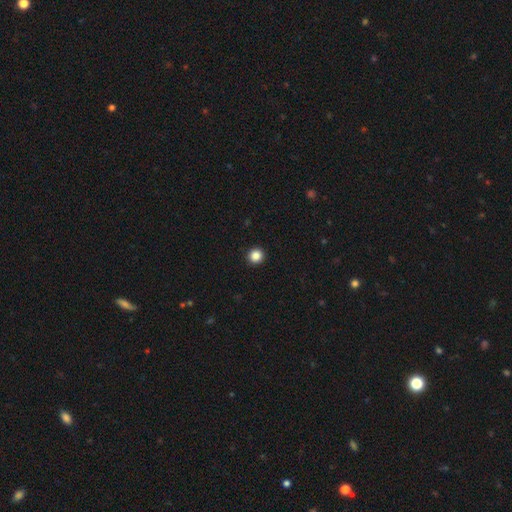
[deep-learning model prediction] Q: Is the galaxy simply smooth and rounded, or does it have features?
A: smooth — 86%.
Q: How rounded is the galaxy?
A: round — 95%.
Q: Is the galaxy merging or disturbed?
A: none — 94%.